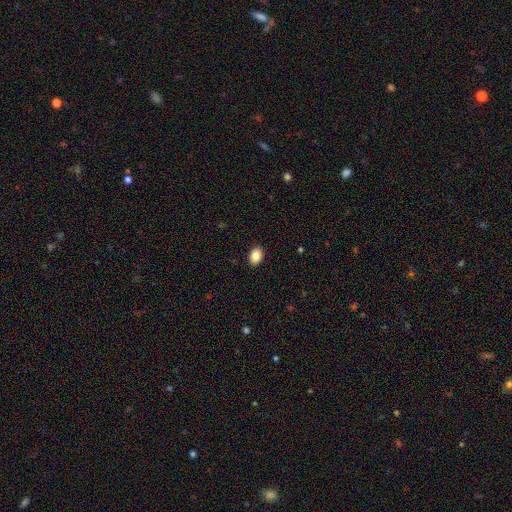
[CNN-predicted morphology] This is clearly a smooth galaxy (86%). How rounded: likely in between (78%). Merging: clearly none (90%).